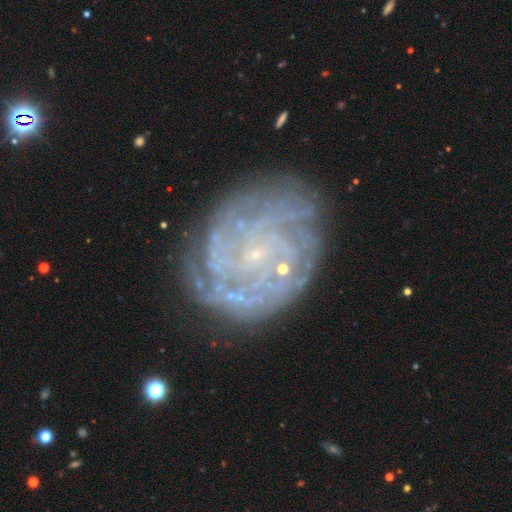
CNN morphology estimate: smooth_or_featured: featured or disk (p=0.83) [alt: smooth p=0.09]
disk_edge_on: no (p=0.97) [alt: yes p=0.03]
bar: no (p=0.71) [alt: weak p=0.22]
has_spiral_arms: yes (p=0.90) [alt: no p=0.10]
spiral_winding: tight (p=0.73) [alt: medium p=0.21]
spiral_arm_count: can't tell (p=0.34) [alt: more than 4 p=0.17]
bulge_size: small (p=0.85) [alt: none p=0.09]
merging: none (p=0.73) [alt: minor disturbance p=0.16]